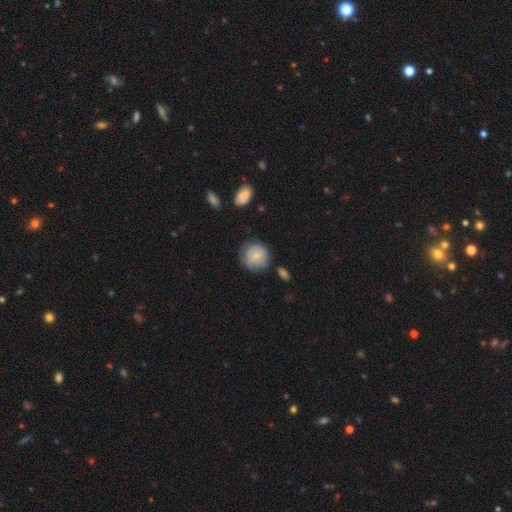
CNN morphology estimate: Overall: smooth (69%). How rounded: round (85%). Merging: none (61%; minor disturbance 27%).